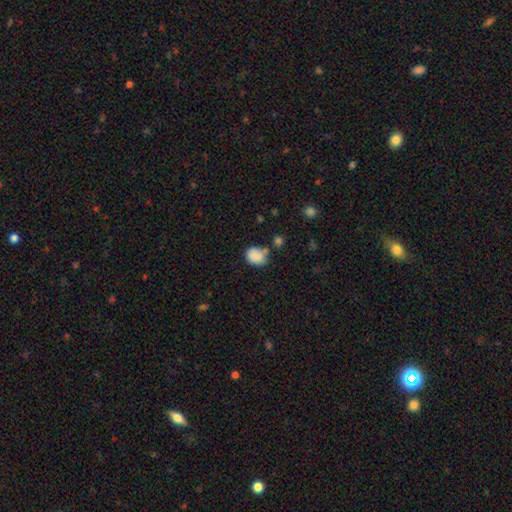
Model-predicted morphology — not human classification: smooth_or_featured: smooth (p=0.84) [alt: star or artifact p=0.09]
how_rounded: in between (p=0.55) [alt: round p=0.44]
merging: none (p=0.57) [alt: minor disturbance p=0.23]